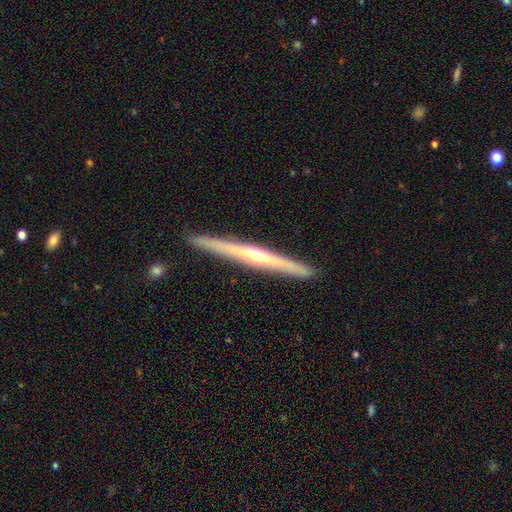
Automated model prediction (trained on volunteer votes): Smooth or featured? featured or disk (78%)
Edge-on disk? yes (98%)
Edge-on bulge? rounded (79%)
Merging? none (92%)